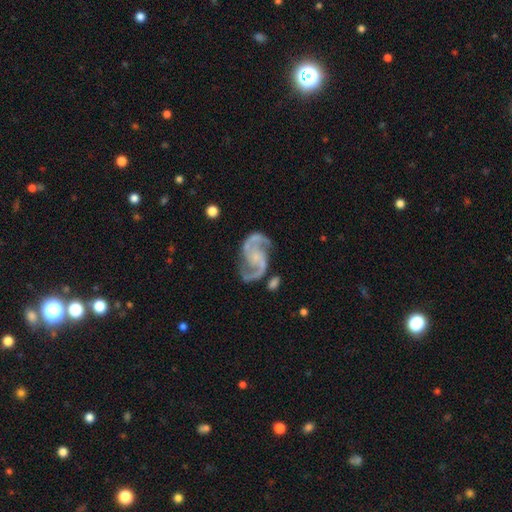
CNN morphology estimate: type=featured or disk (92%); edge-on=no (98%); bar=no (59%); spiral arms=yes (98%); winding=medium (58%); arm count=2 (91%); bulge=small (51%); merging=none (71%).